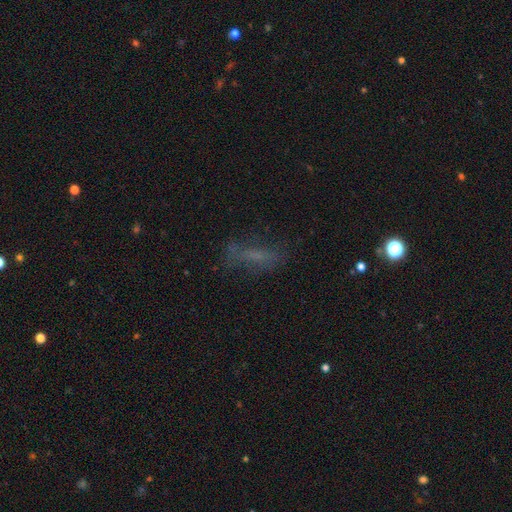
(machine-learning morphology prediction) smooth_or_featured: smooth (p=0.49) [alt: featured or disk p=0.29]
merging: none (p=0.58) [alt: minor disturbance p=0.21]